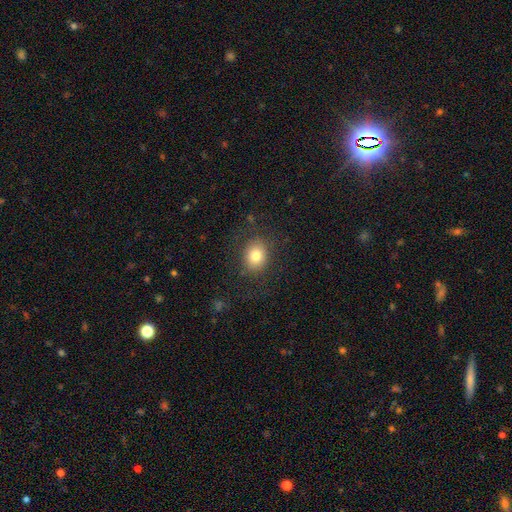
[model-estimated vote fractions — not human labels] Morphology: type=smooth (80%); roundness=round (57%); merging=none (83%).